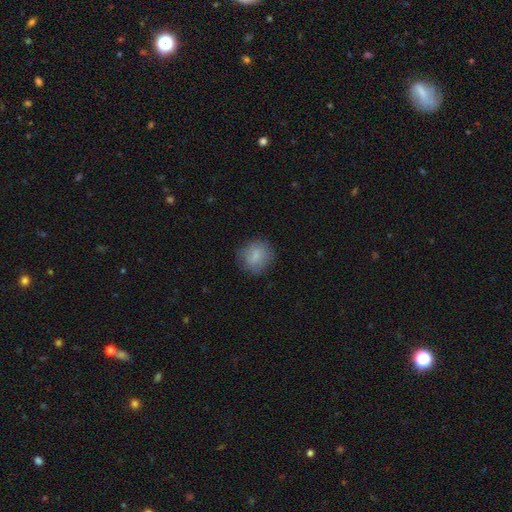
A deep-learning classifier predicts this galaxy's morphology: Smooth or featured? smooth (79%)
How rounded? round (78%)
Merging? none (79%)